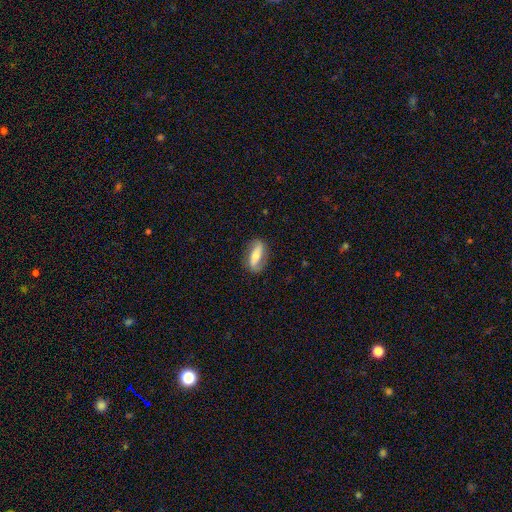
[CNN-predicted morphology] smooth-or-featured: featured or disk: 62% | smooth: 31% | star or artifact: 6%
  disk-edge-on: no: 84% | yes: 16%
    bar: strong: 51% | no: 25% | weak: 23%
    has-spiral-arms: yes: 82% | no: 18%
    bulge-size: moderate: 49% | small: 37% | large: 8% | none: 4% | dominant: 2%
  merging: none: 80% | minor disturbance: 14% | major disturbance: 5% | merger: 1%